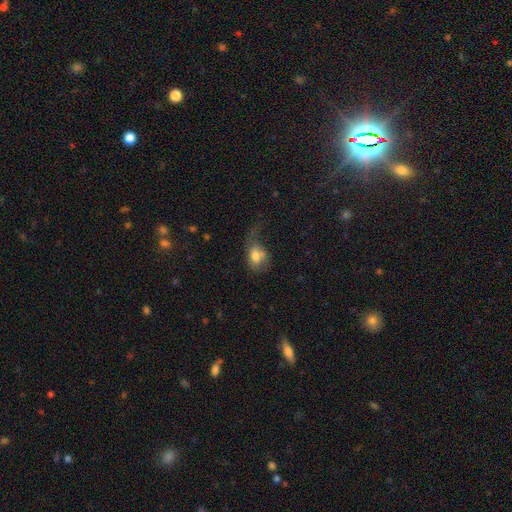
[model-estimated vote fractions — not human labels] A smooth galaxy with no disk features (64%) that is in between round and cigar-shaped (77%). Merging: major disturbance (43%).